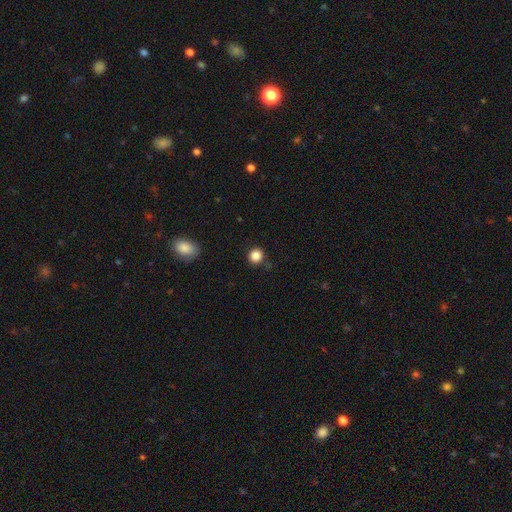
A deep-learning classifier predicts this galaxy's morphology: This appears to be a smooth galaxy with no disk features (86%) that is round (92%). Merging: none (85%).